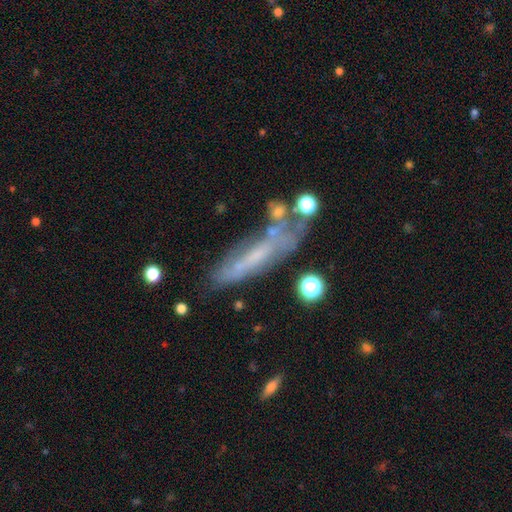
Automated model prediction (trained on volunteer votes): Smooth or featured?
  - featured or disk: 52% *
  - smooth: 36%
  - star or artifact: 12%
Edge-on disk?
  - no: 51% *
  - yes: 49%
Merging?
  - none: 50% *
  - minor disturbance: 24%
  - major disturbance: 16%
  - merger: 11%